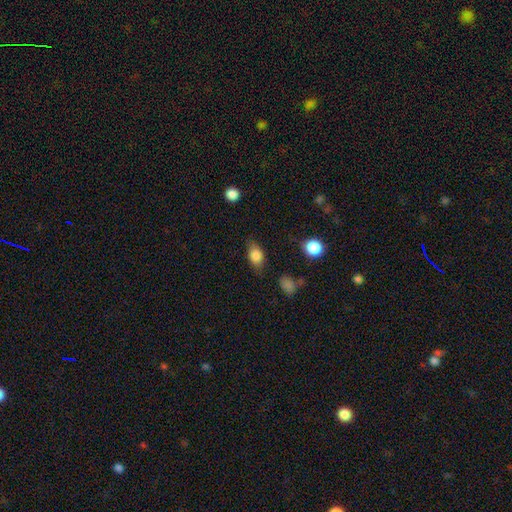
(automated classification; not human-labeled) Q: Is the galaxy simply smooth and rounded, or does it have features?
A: smooth — 82%.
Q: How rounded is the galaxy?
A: in between — 78%.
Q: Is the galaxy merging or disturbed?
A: none — 71%.